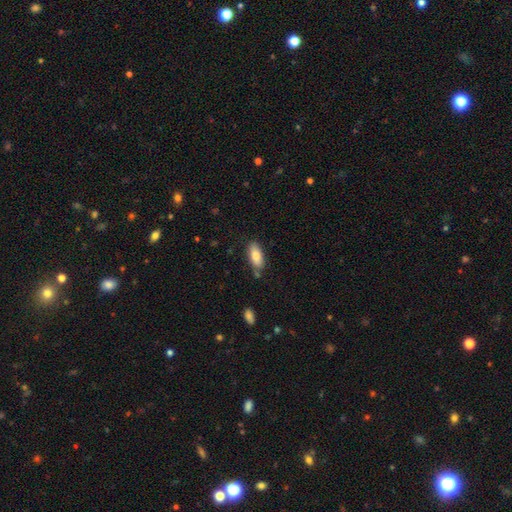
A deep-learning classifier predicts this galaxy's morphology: Smooth or featured: smooth — 85% (featured or disk — 9%)
How rounded: in between — 83% (cigar-shaped — 15%)
Merging: none — 77% (minor disturbance — 15%)